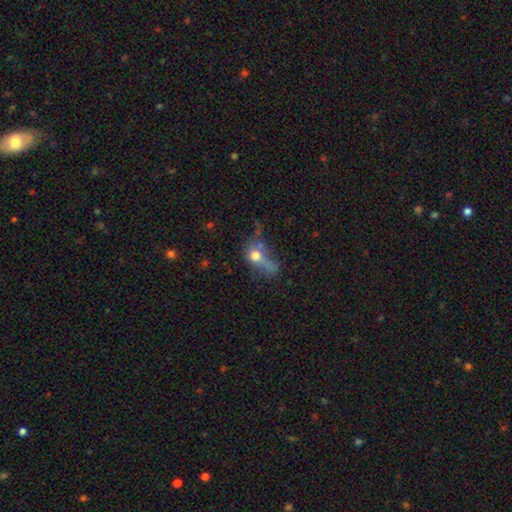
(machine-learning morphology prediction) smooth-or-featured: smooth: 64% | featured or disk: 22% | star or artifact: 14%
  how-rounded: round: 49% | in between: 45% | cigar-shaped: 6%
  merging: major disturbance: 36% | none: 24% | merger: 22% | minor disturbance: 18%